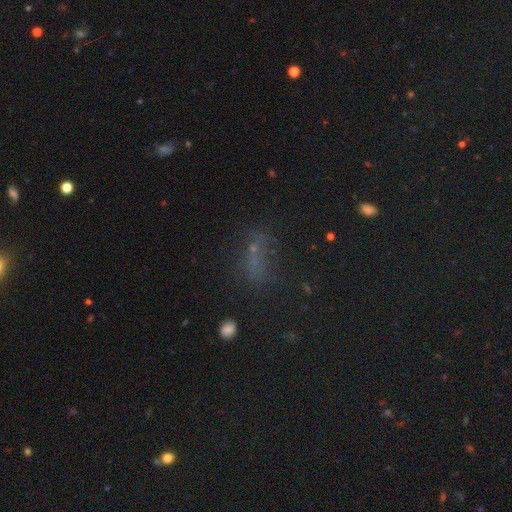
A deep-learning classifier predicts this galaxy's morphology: Q: Smooth or featured?
A: smooth (44%); runner-up: star or artifact (40%)
Q: Merging?
A: none (57%); runner-up: minor disturbance (20%)